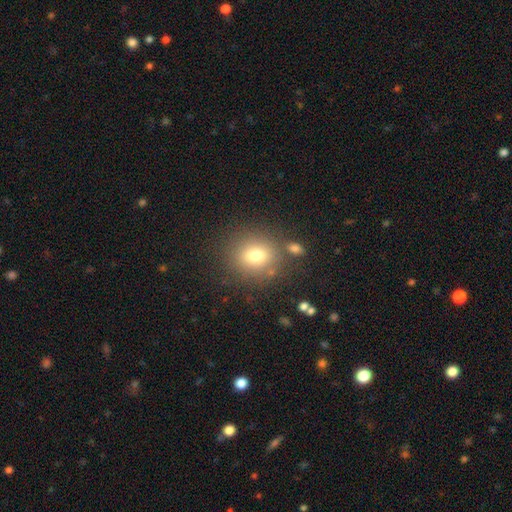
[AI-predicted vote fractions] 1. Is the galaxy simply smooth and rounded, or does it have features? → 75% smooth, 13% star or artifact, 12% featured or disk.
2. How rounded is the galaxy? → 81% round, 18% in between, 1% cigar-shaped.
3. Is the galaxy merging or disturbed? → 78% none, 10% minor disturbance, 8% merger, 4% major disturbance.